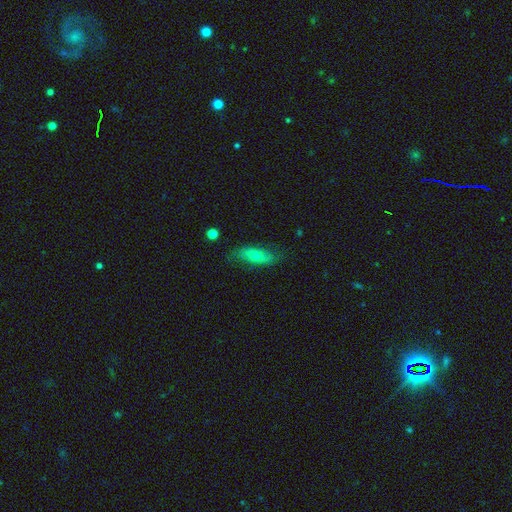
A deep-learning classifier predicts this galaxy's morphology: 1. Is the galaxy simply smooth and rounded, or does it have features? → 57% smooth, 35% featured or disk, 7% star or artifact.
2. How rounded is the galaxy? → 63% in between, 34% cigar-shaped, 4% round.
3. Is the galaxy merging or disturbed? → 75% none, 19% minor disturbance, 5% major disturbance, 1% merger.